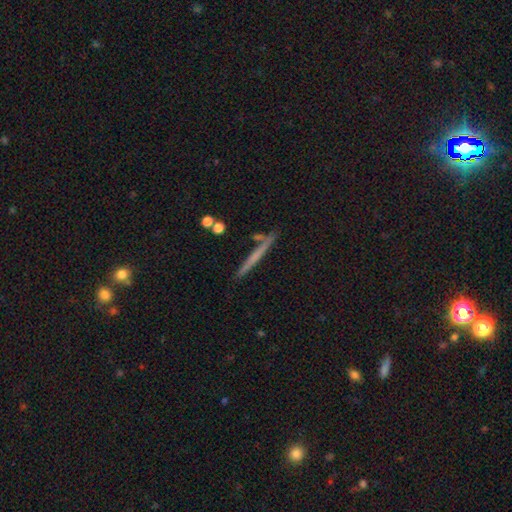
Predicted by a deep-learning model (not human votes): Smooth or featured? Predicted: featured or disk (p=0.47). Merging? Predicted: none (p=0.85).